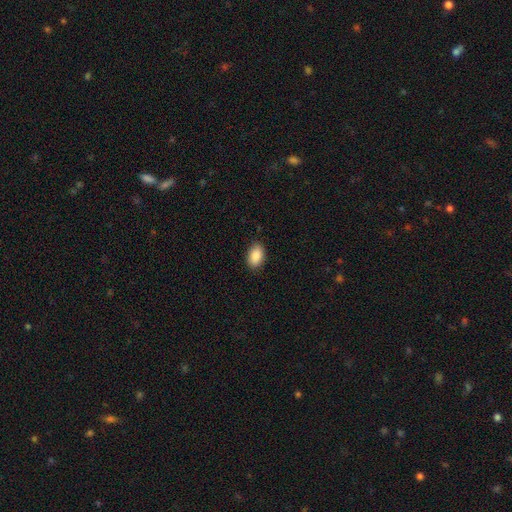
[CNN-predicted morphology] Smooth or featured? smooth (89%)
How rounded? in between (90%)
Merging? none (89%)